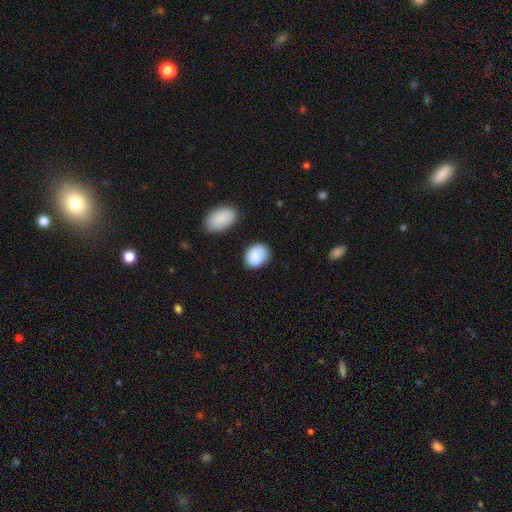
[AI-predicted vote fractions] smooth_or_featured: smooth (p=0.87) [alt: star or artifact p=0.07]
how_rounded: in between (p=0.61) [alt: round p=0.38]
merging: none (p=0.78) [alt: minor disturbance p=0.15]